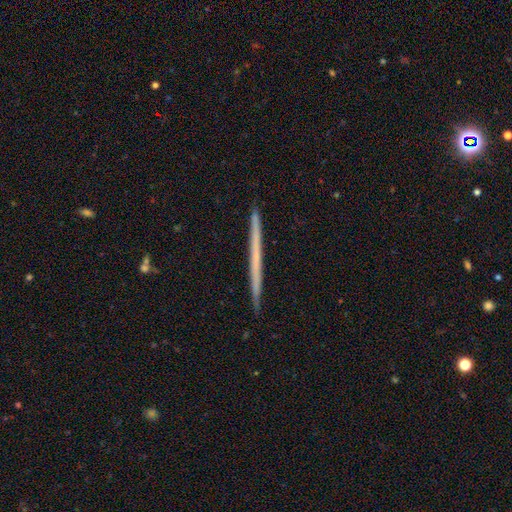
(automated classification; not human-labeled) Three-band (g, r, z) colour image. It shows a featured or disk galaxy (55%) viewed edge-on (98%) with no central bulge (87%). Merging: none (92%).